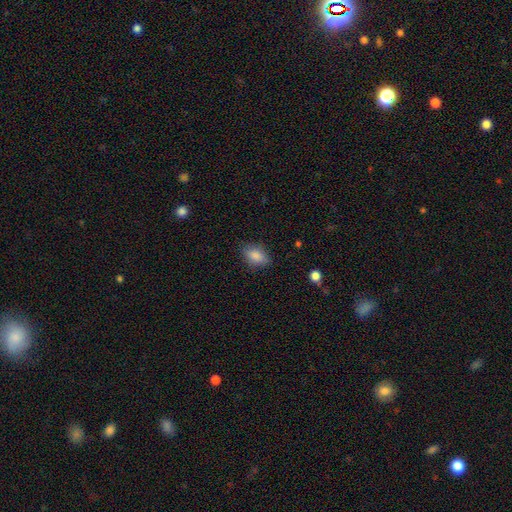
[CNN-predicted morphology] Smooth or featured? smooth (85%)
How rounded? in between (84%)
Merging? none (80%)